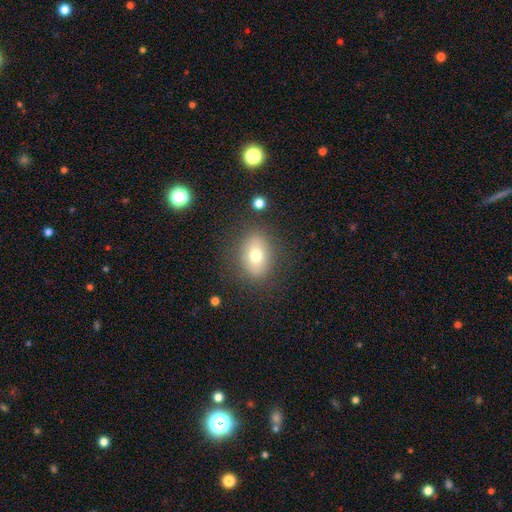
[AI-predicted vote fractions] Morphology: type=smooth (70%); roundness=in between (72%); merging=none (83%).